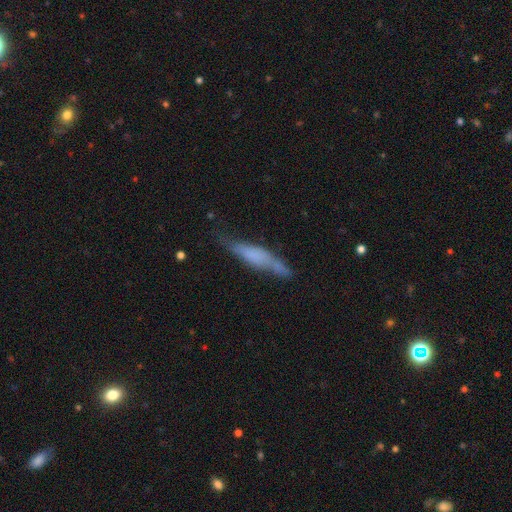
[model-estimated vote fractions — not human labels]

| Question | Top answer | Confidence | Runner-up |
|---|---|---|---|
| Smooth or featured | smooth | 51% | featured or disk (41%) |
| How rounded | cigar-shaped | 81% | in between (17%) |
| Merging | none | 53% | minor disturbance (30%) |